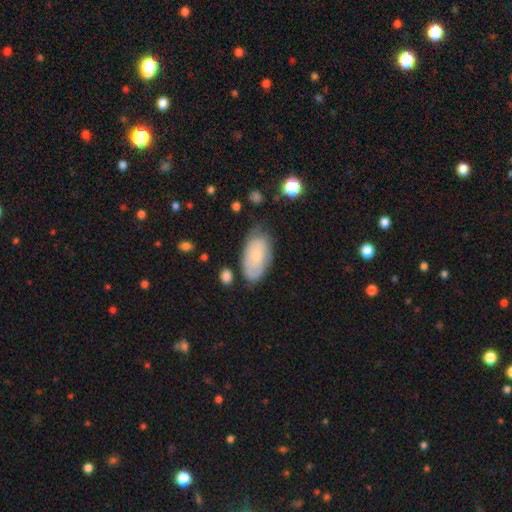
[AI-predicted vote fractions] Morphology: type=smooth (61%); roundness=in between (93%); merging=none (61%).